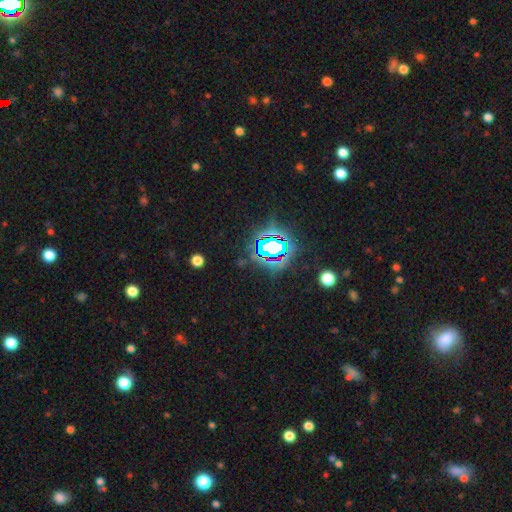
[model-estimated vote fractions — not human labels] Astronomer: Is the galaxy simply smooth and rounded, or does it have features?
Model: star or artifact — 79%.